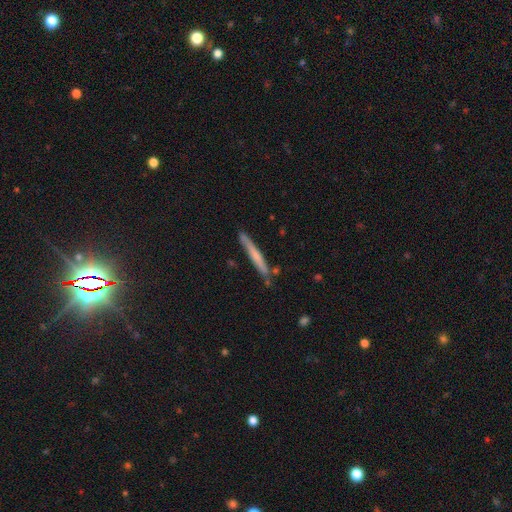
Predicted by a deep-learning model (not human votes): smooth_or_featured: smooth (p=0.54) [alt: featured or disk p=0.40]
how_rounded: cigar-shaped (p=0.96) [alt: in between p=0.03]
merging: none (p=0.81) [alt: minor disturbance p=0.13]